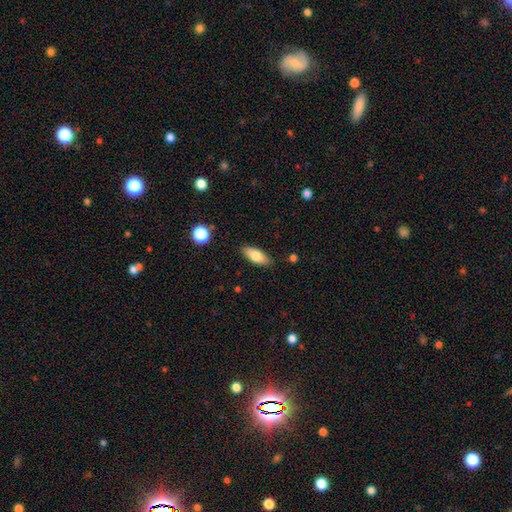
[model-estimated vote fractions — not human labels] smooth-or-featured: smooth: 78% | featured or disk: 15% | star or artifact: 7%
  how-rounded: in between: 79% | cigar-shaped: 19% | round: 3%
  merging: none: 86% | minor disturbance: 10% | major disturbance: 2% | merger: 1%